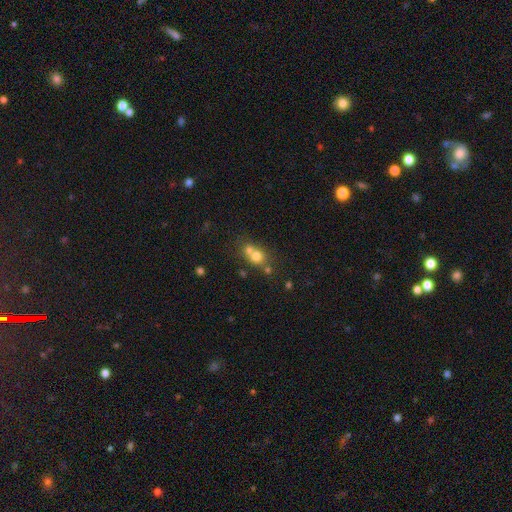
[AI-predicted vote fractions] The model was most divided on "merging": merger: 55%, none: 35%, minor disturbance: 7%, major disturbance: 3%. More confident: how rounded — round (75%); smooth or featured — smooth (71%).